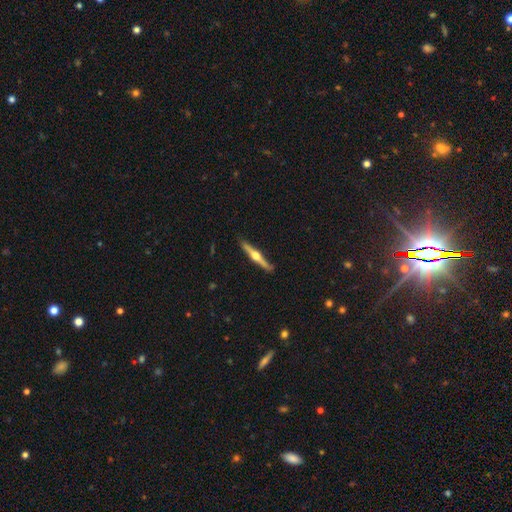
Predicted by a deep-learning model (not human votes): Smooth or featured: featured or disk — 75% (smooth — 20%)
Edge-on disk: yes — 98% (no — 2%)
Edge-on bulge: rounded — 95% (none — 2%)
Merging: none — 88% (minor disturbance — 9%)